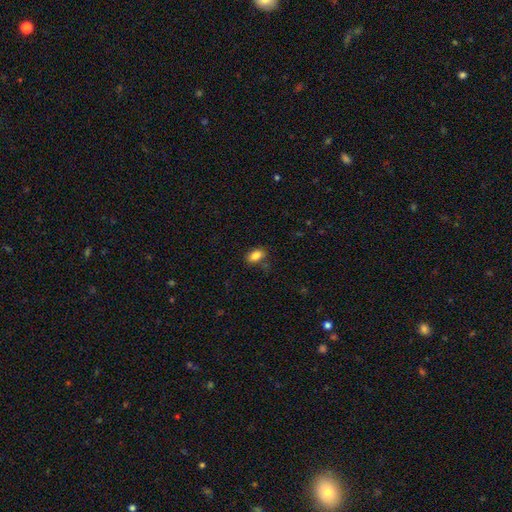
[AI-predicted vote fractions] Smooth or featured?
  - smooth: 85% *
  - star or artifact: 9%
  - featured or disk: 5%
How rounded?
  - in between: 88% *
  - round: 10%
  - cigar-shaped: 2%
Merging?
  - none: 80% *
  - minor disturbance: 14%
  - major disturbance: 3%
  - merger: 3%